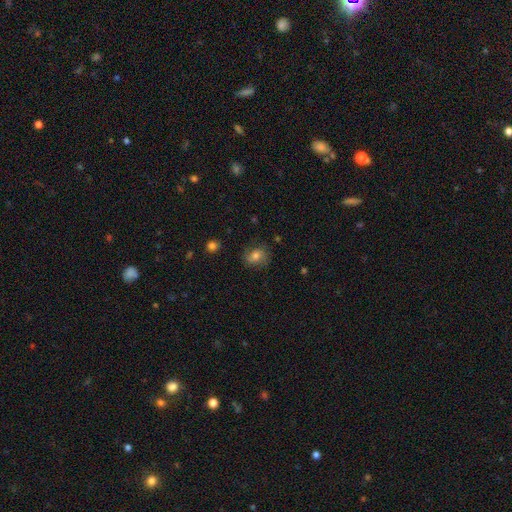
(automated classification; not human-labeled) Overall: smooth (59%; featured or disk 28%). How rounded: round (57%; in between 41%). Merging: none (75%).